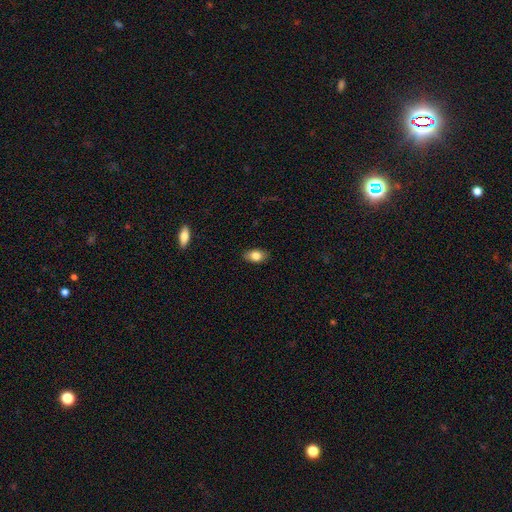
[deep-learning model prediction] Q: Smooth or featured?
A: smooth (82%); runner-up: featured or disk (10%)
Q: How rounded?
A: in between (86%); runner-up: round (12%)
Q: Merging?
A: none (87%); runner-up: minor disturbance (10%)